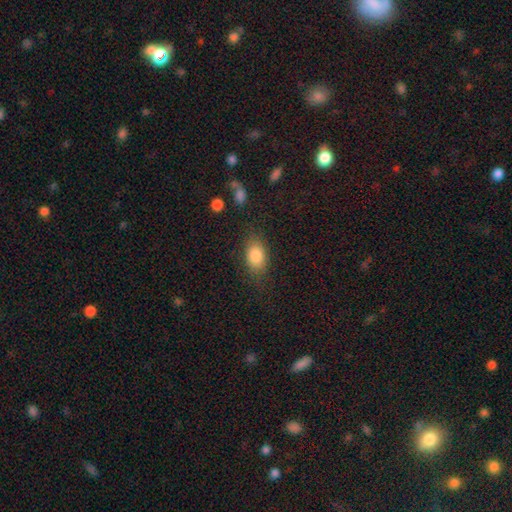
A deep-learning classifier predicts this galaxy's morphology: Q: Smooth or featured?
A: smooth (85%); runner-up: star or artifact (8%)
Q: How rounded?
A: in between (85%); runner-up: round (12%)
Q: Merging?
A: none (77%); runner-up: minor disturbance (15%)